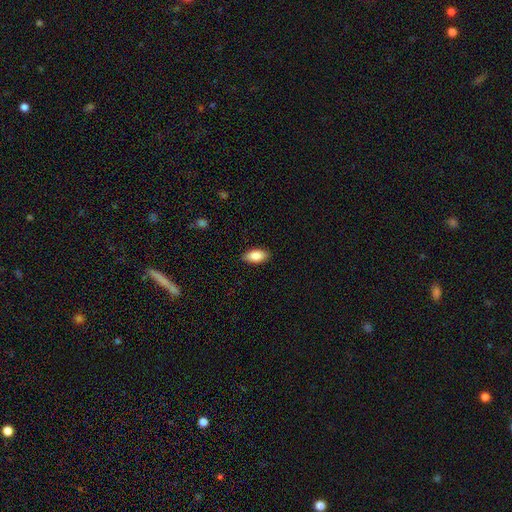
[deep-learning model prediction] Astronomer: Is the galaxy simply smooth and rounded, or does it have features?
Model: smooth — 86%.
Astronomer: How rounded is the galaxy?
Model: in between — 92%.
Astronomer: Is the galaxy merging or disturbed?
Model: none — 88%.